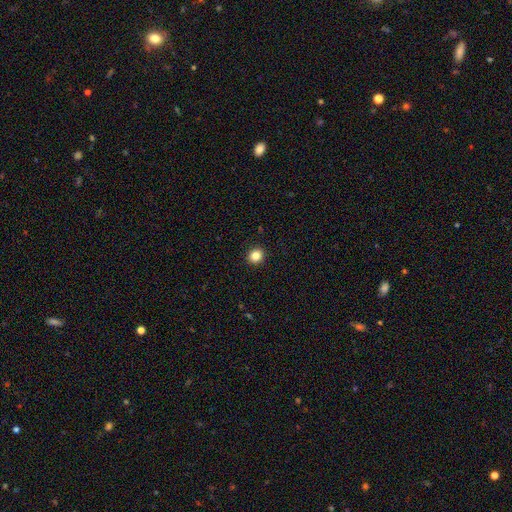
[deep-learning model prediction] Smooth or featured?
  - smooth: 84% *
  - star or artifact: 11%
  - featured or disk: 4%
How rounded?
  - round: 87% *
  - in between: 12%
  - cigar-shaped: 1%
Merging?
  - none: 93% *
  - minor disturbance: 5%
  - major disturbance: 2%
  - merger: 1%